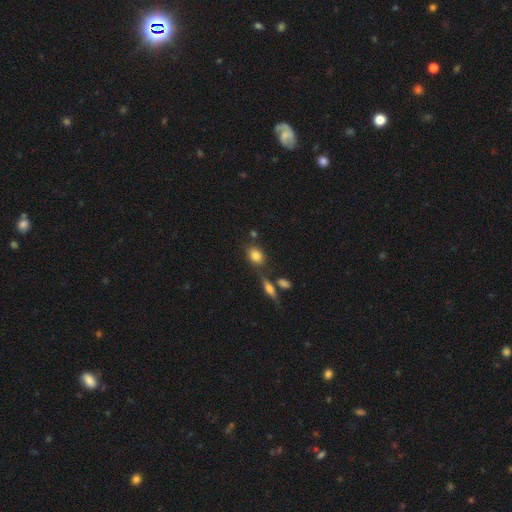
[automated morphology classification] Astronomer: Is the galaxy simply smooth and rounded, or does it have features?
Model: smooth — 81%.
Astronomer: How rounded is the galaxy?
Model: in between — 65%.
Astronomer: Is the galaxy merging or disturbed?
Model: none — 67%.